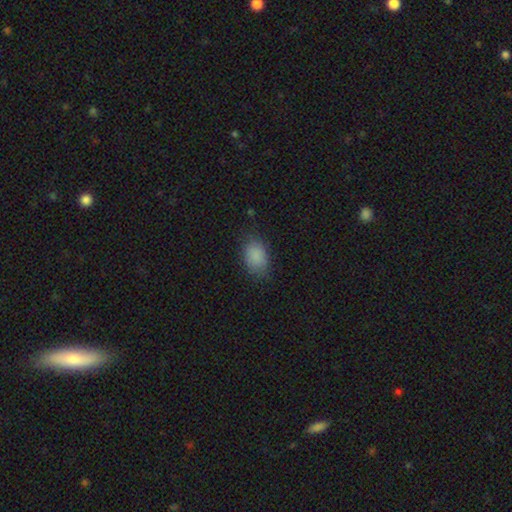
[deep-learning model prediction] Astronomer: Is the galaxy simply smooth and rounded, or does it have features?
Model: smooth — 87%.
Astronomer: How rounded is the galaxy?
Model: in between — 78%.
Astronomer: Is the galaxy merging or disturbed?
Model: none — 78%.